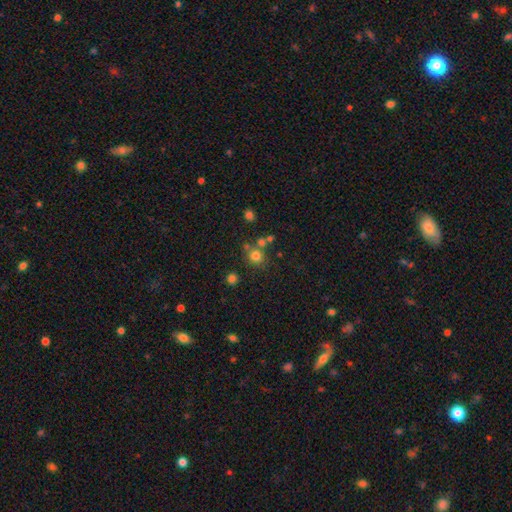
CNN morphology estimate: Overall: smooth (76%). How rounded: round (88%). Merging: none (67%).